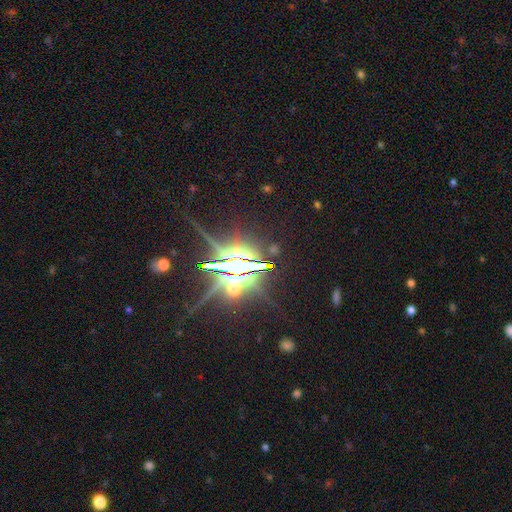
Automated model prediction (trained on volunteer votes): Smooth or featured: star or artifact — 84% (featured or disk — 11%)